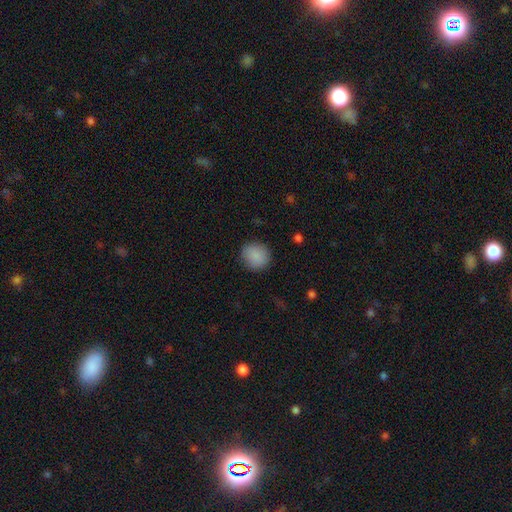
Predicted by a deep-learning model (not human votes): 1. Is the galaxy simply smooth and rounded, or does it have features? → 88% smooth, 8% star or artifact, 4% featured or disk.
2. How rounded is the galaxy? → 88% round, 11% in between, 1% cigar-shaped.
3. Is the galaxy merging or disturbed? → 88% none, 8% minor disturbance, 3% major disturbance, 1% merger.